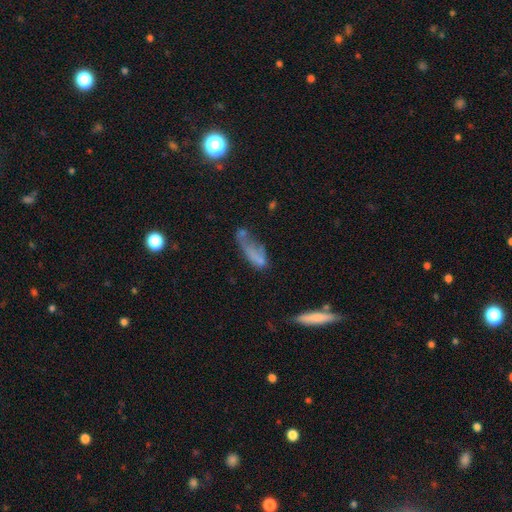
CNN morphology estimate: smooth 59%, featured or disk 28%, star or artifact 13%. Down the decision tree: how rounded — in between (63%); merging — major disturbance (37%).